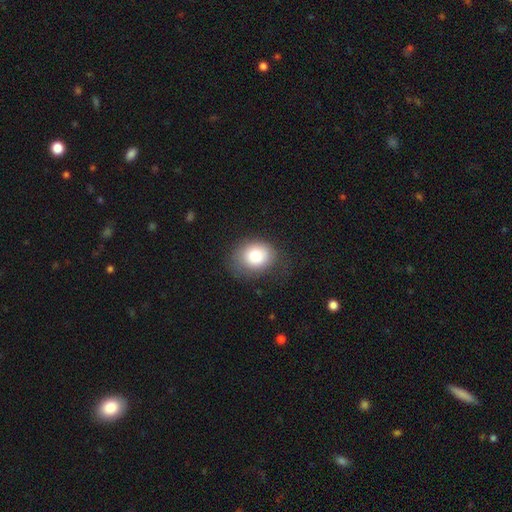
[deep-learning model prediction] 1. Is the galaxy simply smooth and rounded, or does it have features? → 79% smooth, 12% featured or disk, 9% star or artifact.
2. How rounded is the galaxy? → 54% round, 45% in between, 1% cigar-shaped.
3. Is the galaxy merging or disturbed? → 72% none, 20% minor disturbance, 8% major disturbance, 1% merger.